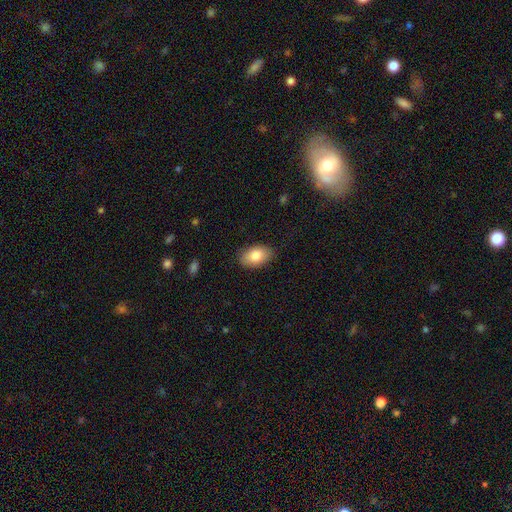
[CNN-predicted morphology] Smooth or featured?
  - smooth: 82% *
  - featured or disk: 11%
  - star or artifact: 7%
How rounded?
  - in between: 91% *
  - round: 7%
  - cigar-shaped: 1%
Merging?
  - none: 86% *
  - minor disturbance: 11%
  - major disturbance: 2%
  - merger: 1%